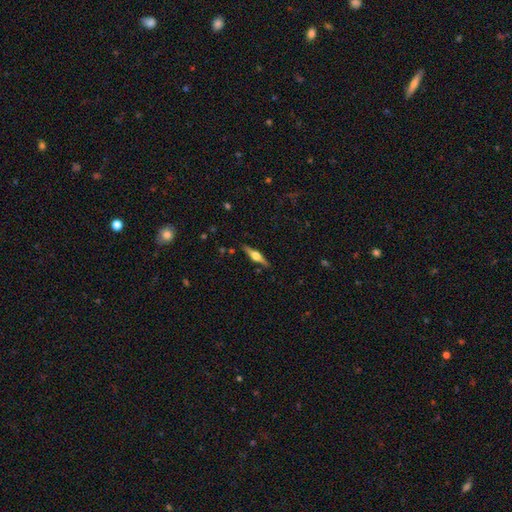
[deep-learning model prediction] Smooth or featured? Predicted: featured or disk (p=0.74). Edge-on disk? Predicted: yes (p=0.98). Edge-on bulge? Predicted: rounded (p=0.93). Merging? Predicted: none (p=0.89).